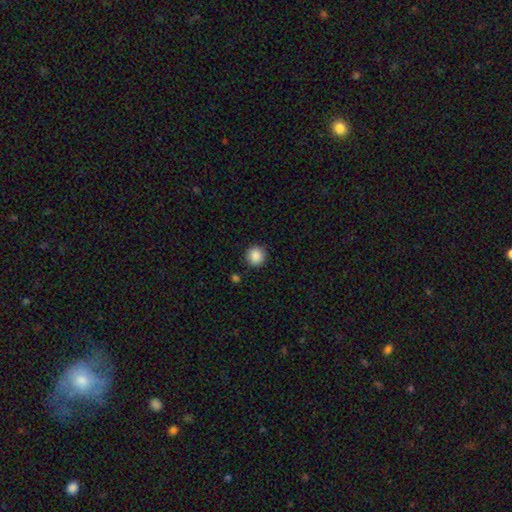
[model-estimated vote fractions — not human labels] This is clearly a smooth galaxy (89%). How rounded: clearly round (94%). Merging: clearly none (91%).